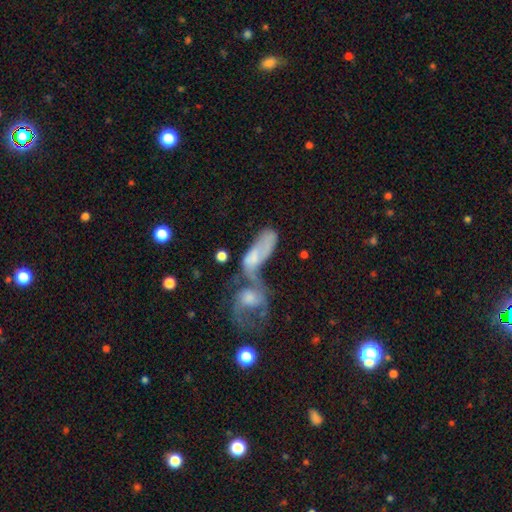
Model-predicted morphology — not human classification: smooth-or-featured: smooth: 45% | featured or disk: 44% | star or artifact: 11%
  merging: merger: 69% | none: 12% | major disturbance: 11% | minor disturbance: 7%